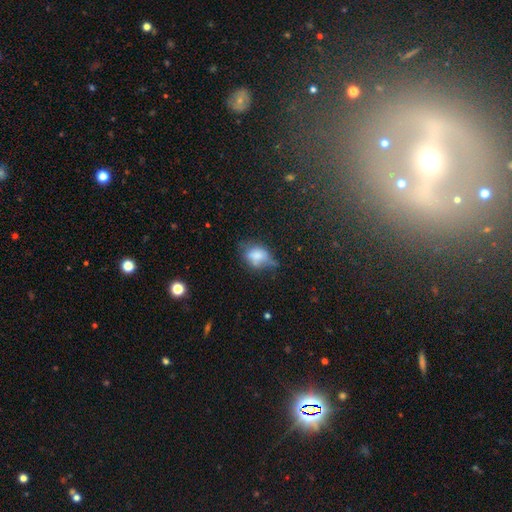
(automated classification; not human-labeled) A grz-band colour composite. It shows a smooth galaxy with no disk features (69%) that is in between round and cigar-shaped (76%). Merging: minor disturbance (39%).